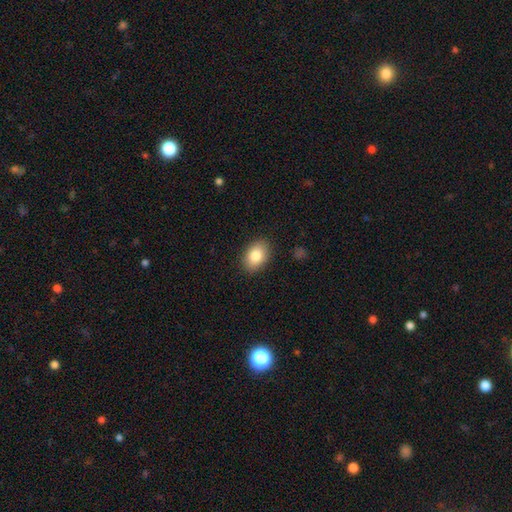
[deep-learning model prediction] Smooth or featured?
  - smooth: 84% *
  - featured or disk: 9%
  - star or artifact: 7%
How rounded?
  - in between: 83% *
  - round: 16%
  - cigar-shaped: 1%
Merging?
  - none: 88% *
  - minor disturbance: 9%
  - major disturbance: 2%
  - merger: 1%